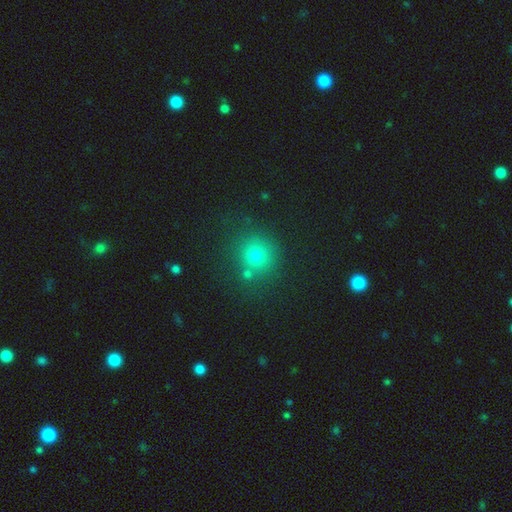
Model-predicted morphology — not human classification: The model was most divided on "smooth or featured": smooth: 70%, star or artifact: 22%, featured or disk: 8%. More confident: how rounded — round (91%); merging — none (74%).